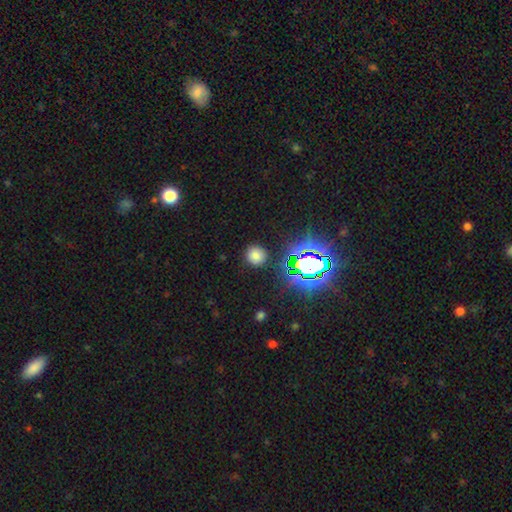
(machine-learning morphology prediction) Smooth or featured? Predicted: smooth (p=0.70). How rounded? Predicted: round (p=0.92). Merging? Predicted: none (p=0.88).